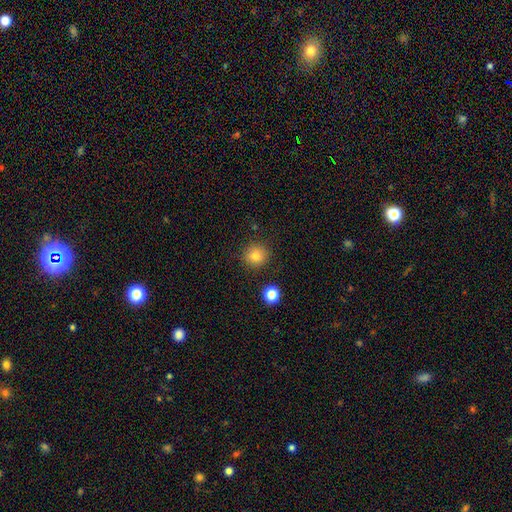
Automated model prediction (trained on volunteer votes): A smooth galaxy with no disk features (80%) that is round (92%).

Vote fractions:
- Smooth or featured? smooth: 80% / star or artifact: 12% / featured or disk: 7%
- How rounded? round: 92% / in between: 7% / cigar-shaped: 1%
- Merging? none: 88% / minor disturbance: 7% / merger: 2% / major disturbance: 2%